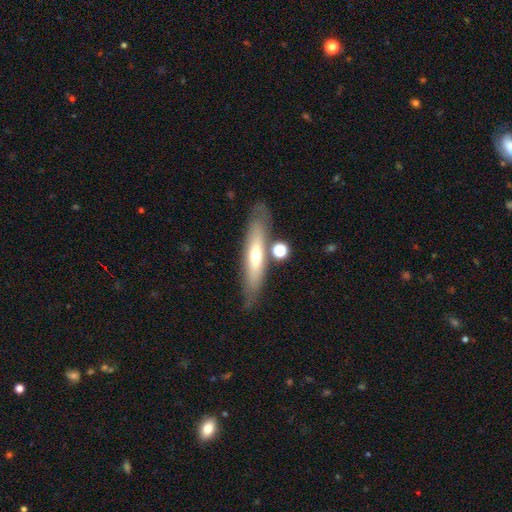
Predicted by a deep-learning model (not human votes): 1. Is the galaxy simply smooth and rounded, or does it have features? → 48% smooth, 45% featured or disk, 7% star or artifact.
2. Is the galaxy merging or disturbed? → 75% none, 12% minor disturbance, 9% merger, 4% major disturbance.